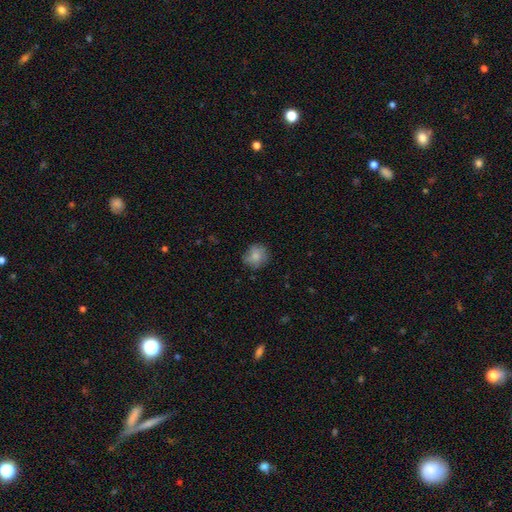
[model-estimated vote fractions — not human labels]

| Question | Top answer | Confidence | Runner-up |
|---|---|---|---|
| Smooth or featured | smooth | 76% | featured or disk (15%) |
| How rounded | round | 85% | in between (14%) |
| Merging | none | 73% | minor disturbance (20%) |